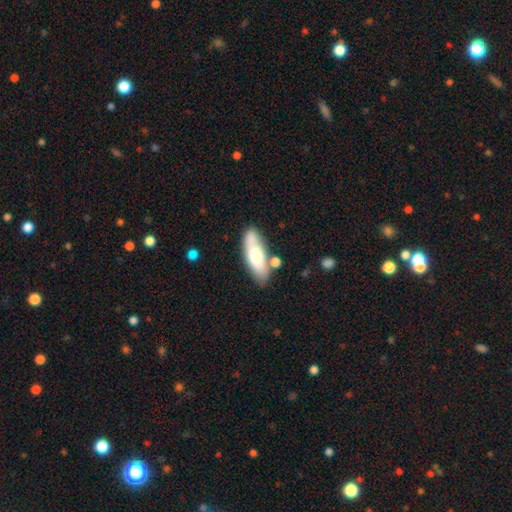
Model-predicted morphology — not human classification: Smooth or featured?
  - smooth: 70% *
  - featured or disk: 24%
  - star or artifact: 6%
How rounded?
  - in between: 59% *
  - cigar-shaped: 39%
  - round: 2%
Merging?
  - none: 64% *
  - minor disturbance: 17%
  - merger: 14%
  - major disturbance: 5%